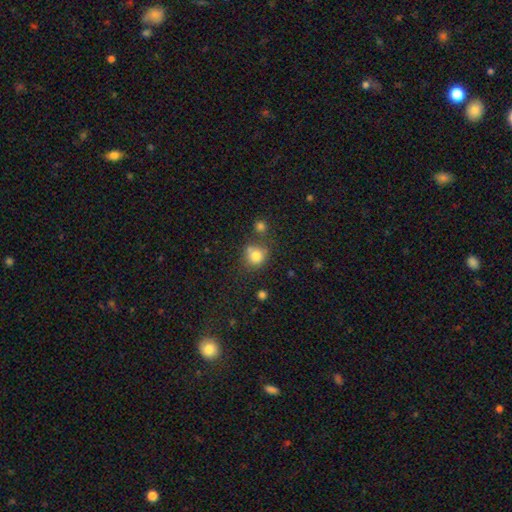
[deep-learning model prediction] Smooth or featured? smooth (80%)
How rounded? round (85%)
Merging? none (64%)